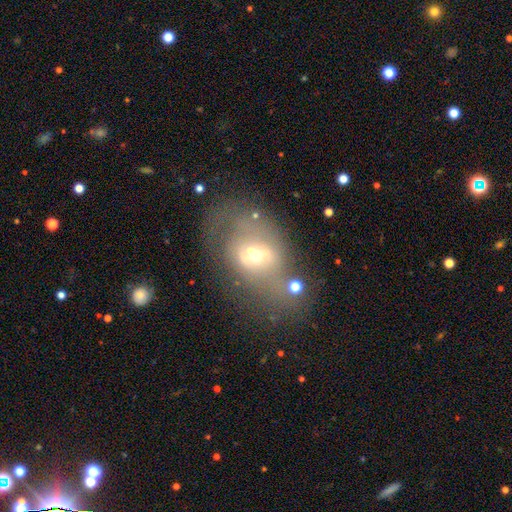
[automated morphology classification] A featured or disk galaxy (52%). Merging: none (42%).